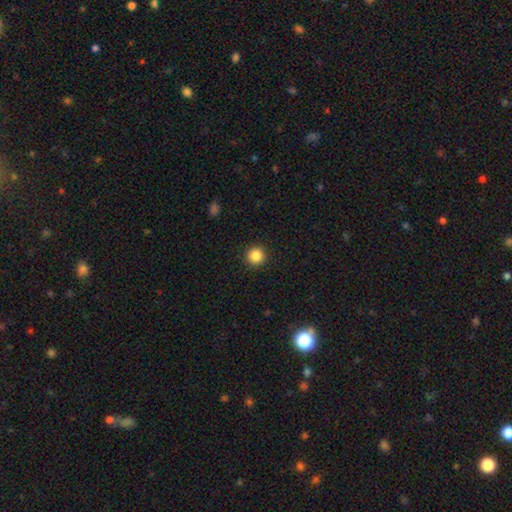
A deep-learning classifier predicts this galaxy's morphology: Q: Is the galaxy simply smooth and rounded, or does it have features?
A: smooth — 86%.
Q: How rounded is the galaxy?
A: round — 96%.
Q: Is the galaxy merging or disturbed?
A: none — 93%.